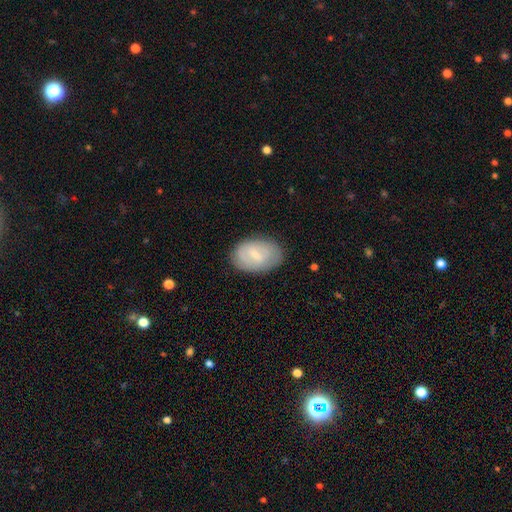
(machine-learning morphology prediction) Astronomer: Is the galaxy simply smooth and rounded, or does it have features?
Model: smooth — 50% (runner-up: featured or disk, 43%).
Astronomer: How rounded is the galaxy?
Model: in between — 89%.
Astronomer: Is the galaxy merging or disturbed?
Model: none — 79%.